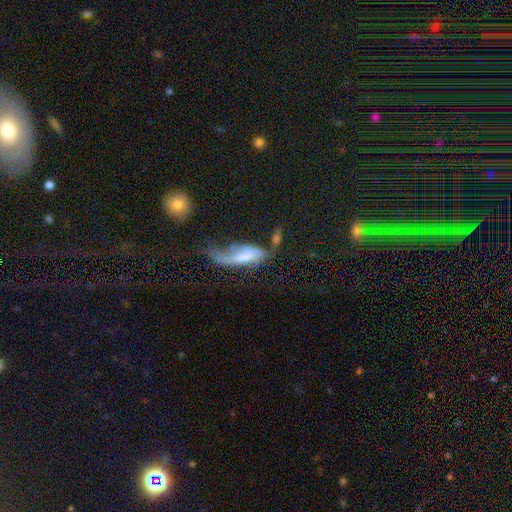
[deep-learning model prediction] A smooth galaxy with no disk features (55%) that is in between round and cigar-shaped (63%). Merging: major disturbance (45%).